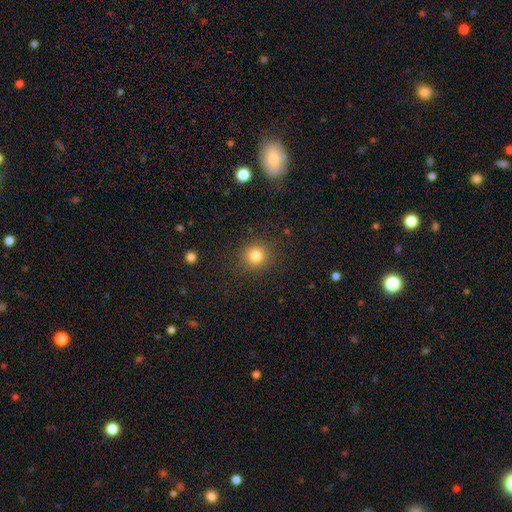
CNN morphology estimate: Smooth or featured: smooth — 82% (star or artifact — 12%)
How rounded: round — 92% (in between — 8%)
Merging: none — 88% (minor disturbance — 8%)